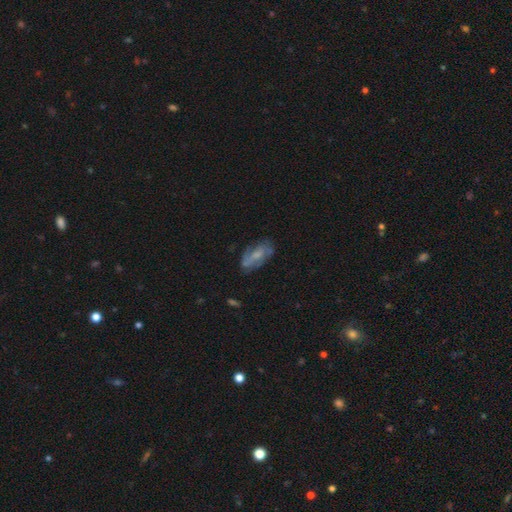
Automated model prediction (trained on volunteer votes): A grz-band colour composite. It shows a featured or disk galaxy (56%) with no bar (49%), spiral arms (69%) and a small central bulge (44%). Merging: none (66%).